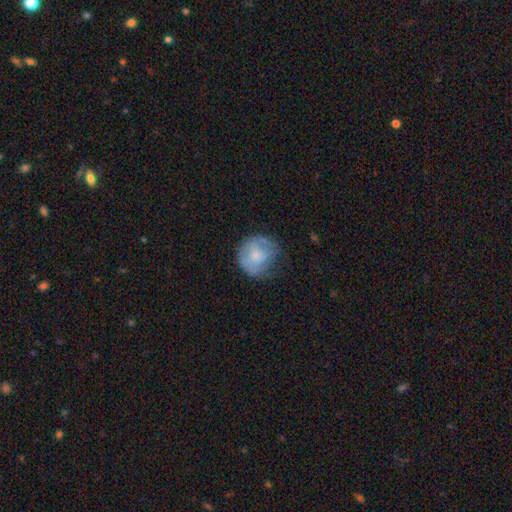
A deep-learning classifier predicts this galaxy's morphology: smooth_or_featured: smooth (p=0.61) [alt: featured or disk p=0.32]
how_rounded: round (p=0.83) [alt: in between p=0.16]
merging: none (p=0.55) [alt: minor disturbance p=0.30]